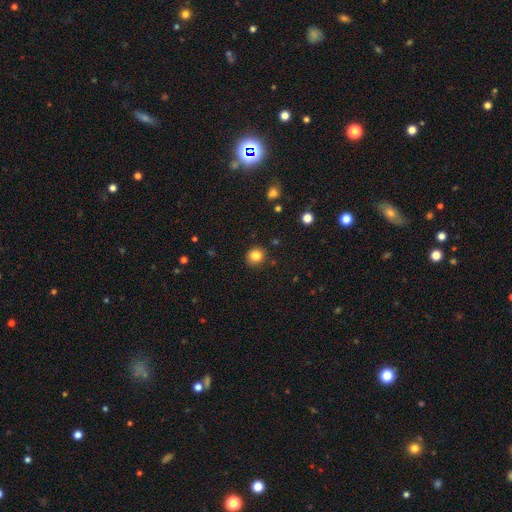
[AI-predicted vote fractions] This appears to be a smooth galaxy with no disk features (84%) that is round (85%). Merging: none (84%).